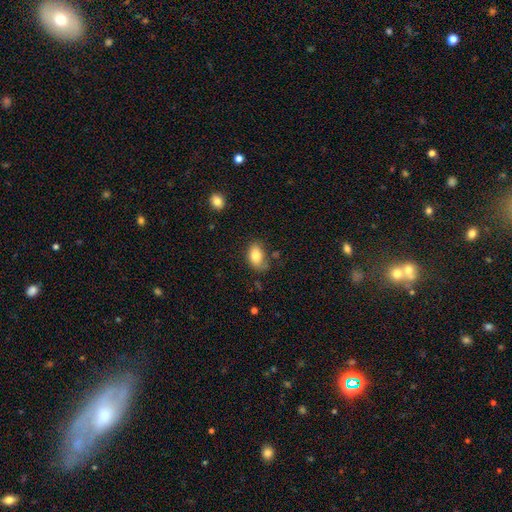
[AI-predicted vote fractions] A smooth galaxy with no disk features (82%) that is in between round and cigar-shaped (90%).

Vote fractions:
- Smooth or featured? smooth: 82% / featured or disk: 11% / star or artifact: 8%
- How rounded? in between: 90% / round: 9% / cigar-shaped: 2%
- Merging? none: 62% / minor disturbance: 26% / major disturbance: 8% / merger: 4%